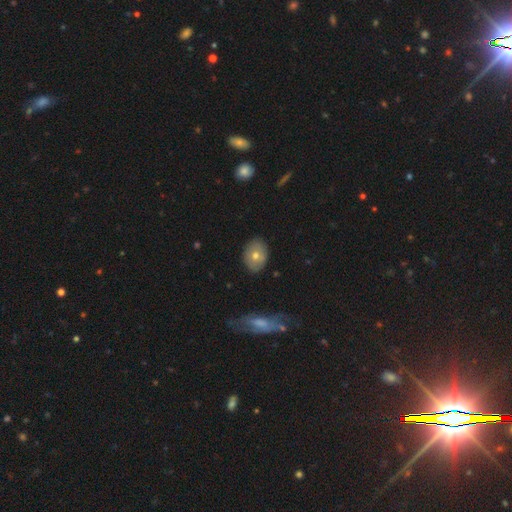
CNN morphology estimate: smooth_or_featured: smooth (p=0.62) [alt: featured or disk p=0.30]
how_rounded: in between (p=0.74) [alt: round p=0.24]
merging: none (p=0.82) [alt: minor disturbance p=0.13]